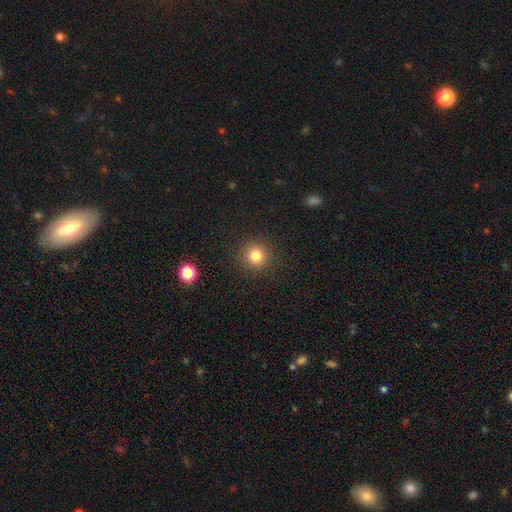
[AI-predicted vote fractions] Morphology: type=smooth (82%); roundness=round (93%); merging=none (91%).